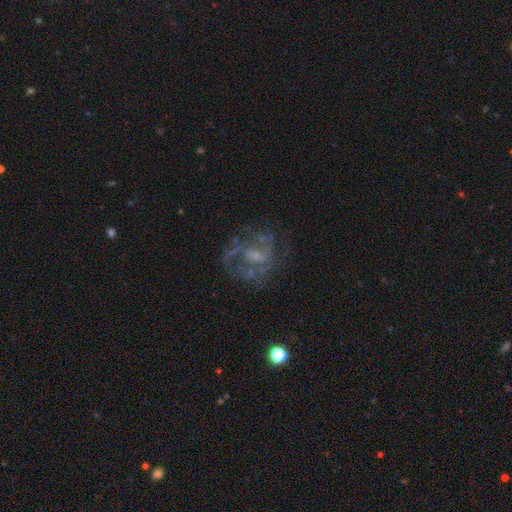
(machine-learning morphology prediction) A featured or disk galaxy (72%) with no bar (50%), medium (45%) spiral arms (73%) and a small central bulge (43%). Merging: none (62%).